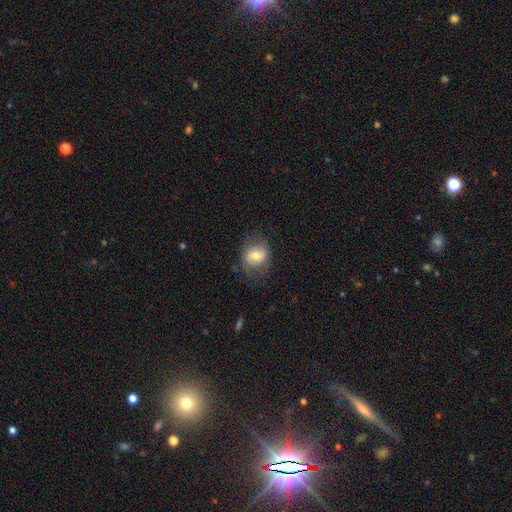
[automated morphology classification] A smooth galaxy with no disk features (58%) that is round (53%).

Vote fractions:
- Smooth or featured? smooth: 58% / featured or disk: 34% / star or artifact: 9%
- How rounded? round: 53% / in between: 46% / cigar-shaped: 1%
- Merging? none: 67% / minor disturbance: 21% / major disturbance: 10% / merger: 1%